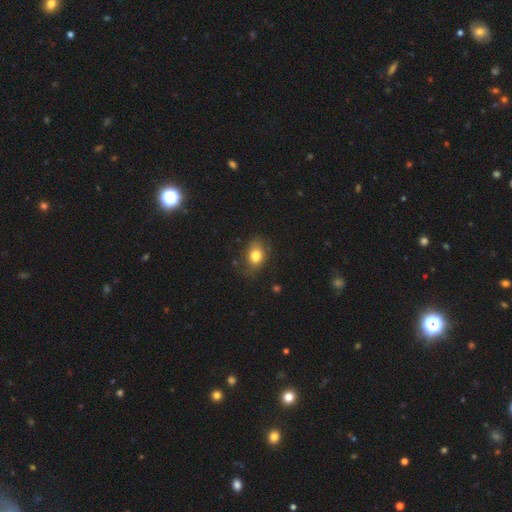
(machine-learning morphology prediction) smooth 80%, featured or disk 11%, star or artifact 9%. Down the decision tree: how rounded — in between (69%); merging — none (70%).